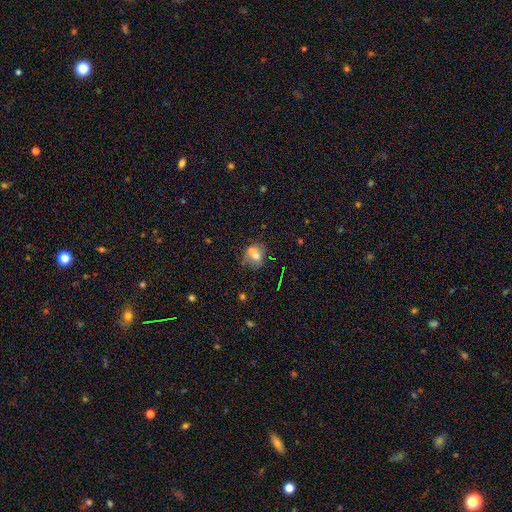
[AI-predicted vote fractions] smooth-or-featured: smooth: 58% | featured or disk: 27% | star or artifact: 14%
  how-rounded: round: 58% | in between: 38% | cigar-shaped: 4%
  merging: none: 47% | merger: 31% | minor disturbance: 15% | major disturbance: 7%